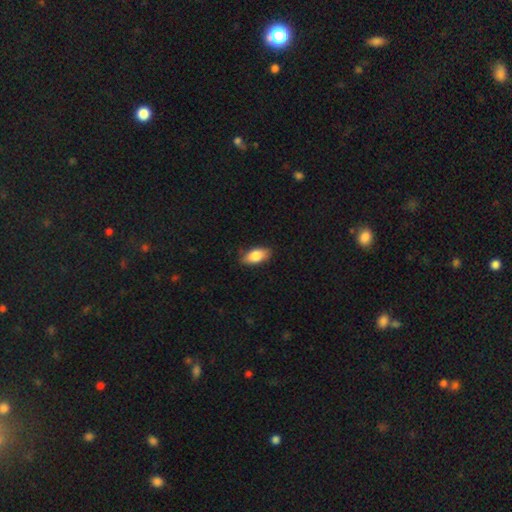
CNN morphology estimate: smooth_or_featured: smooth (p=0.80) [alt: featured or disk p=0.14]
how_rounded: in between (p=0.89) [alt: cigar-shaped p=0.08]
merging: none (p=0.83) [alt: minor disturbance p=0.14]